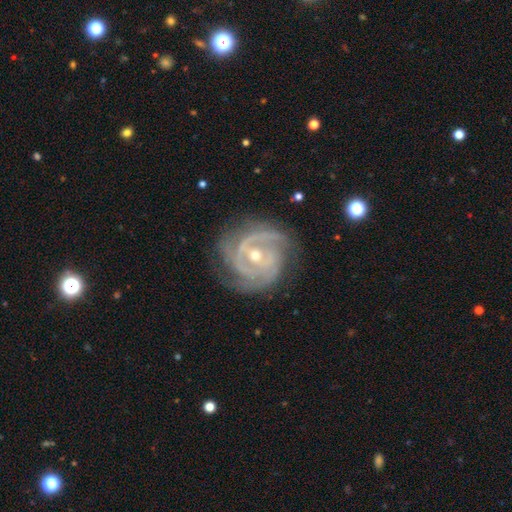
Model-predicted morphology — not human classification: This appears to be a featured or disk galaxy (91%) with no bar (50%), 3 (39%) tight (67%) spiral arms (97%) and a moderate central bulge (52%). Merging: none (73%).